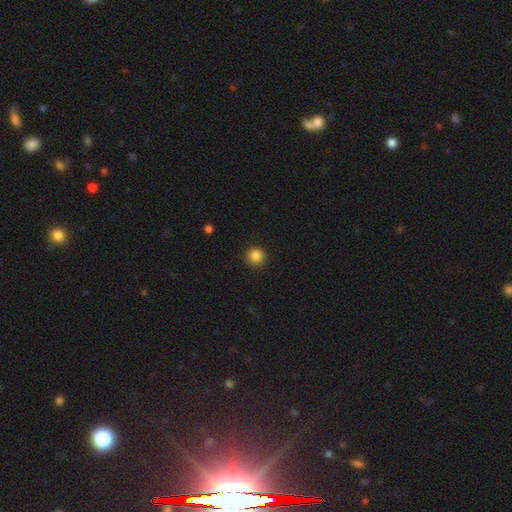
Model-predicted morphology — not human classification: Smooth or featured? smooth (86%)
How rounded? round (95%)
Merging? none (92%)